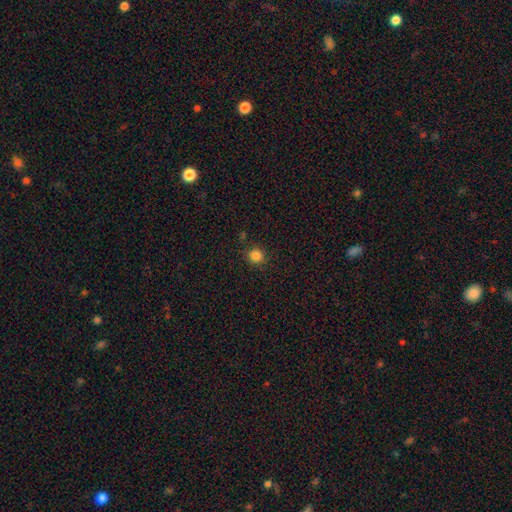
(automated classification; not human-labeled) Smooth or featured? Predicted: smooth (p=0.84). How rounded? Predicted: round (p=0.92). Merging? Predicted: none (p=0.88).